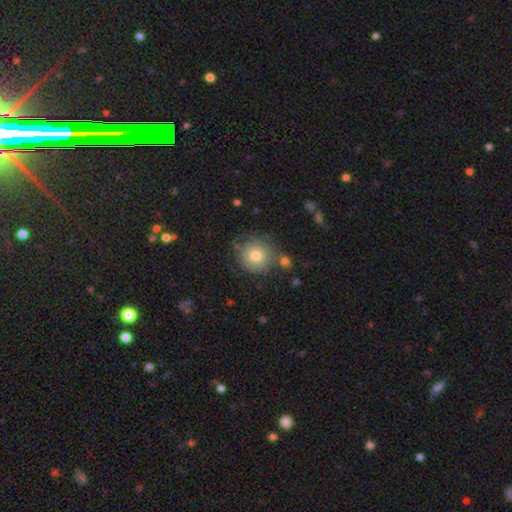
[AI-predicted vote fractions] This is likely a smooth galaxy (76%). How rounded: clearly round (92%). Merging: likely none (69%).